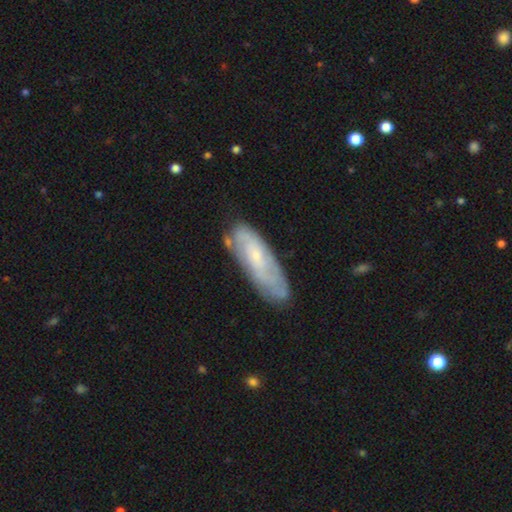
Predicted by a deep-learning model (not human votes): The model was most divided on "smooth or featured": featured or disk: 55%, smooth: 39%, star or artifact: 7%. More confident: edge-on disk — no (80%); merging — none (66%).